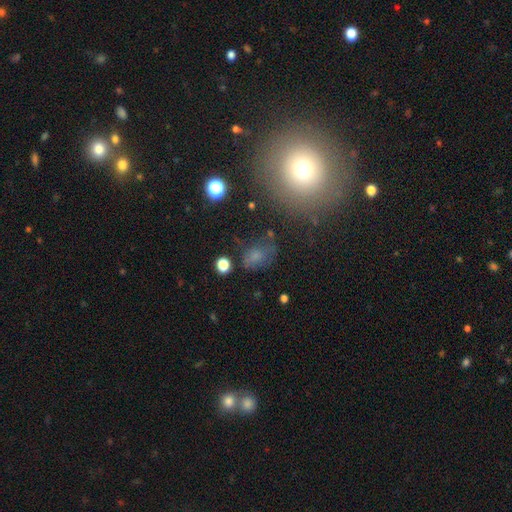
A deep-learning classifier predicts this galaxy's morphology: A smooth galaxy with no disk features (60%) that is in between round and cigar-shaped (74%). Merging: none (53%).